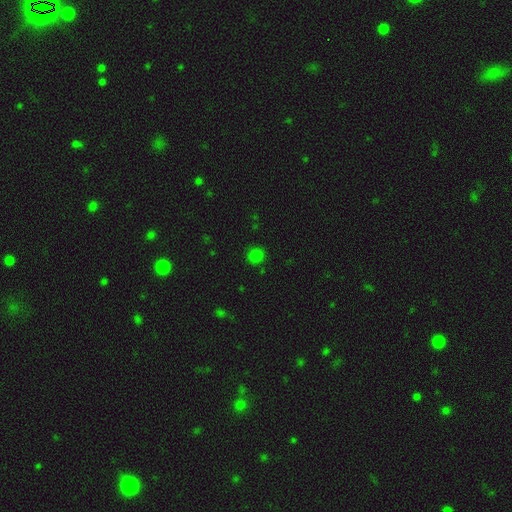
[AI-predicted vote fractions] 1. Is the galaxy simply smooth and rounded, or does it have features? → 80% smooth, 17% star or artifact, 3% featured or disk.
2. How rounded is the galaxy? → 86% round, 13% in between, 1% cigar-shaped.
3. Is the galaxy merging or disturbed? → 89% none, 8% minor disturbance, 2% major disturbance, 1% merger.